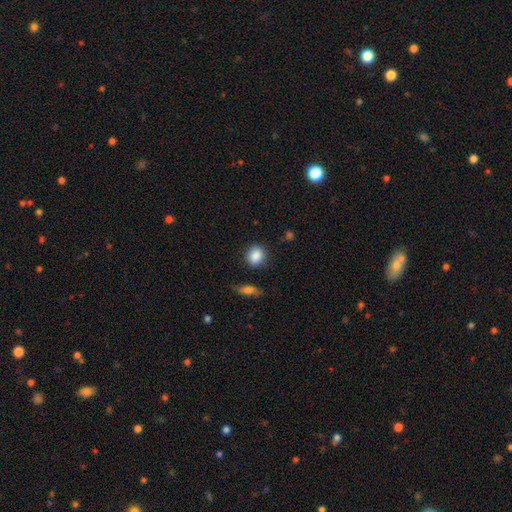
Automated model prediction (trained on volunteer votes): Smooth or featured? smooth (87%)
How rounded? round (64%)
Merging? none (83%)